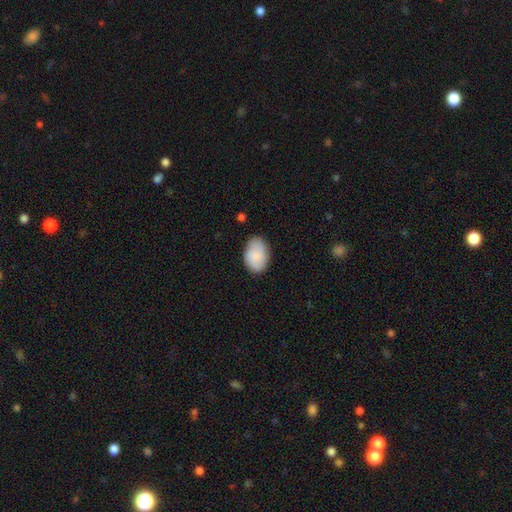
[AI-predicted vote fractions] Smooth or featured? smooth (84%)
How rounded? in between (87%)
Merging? none (77%)